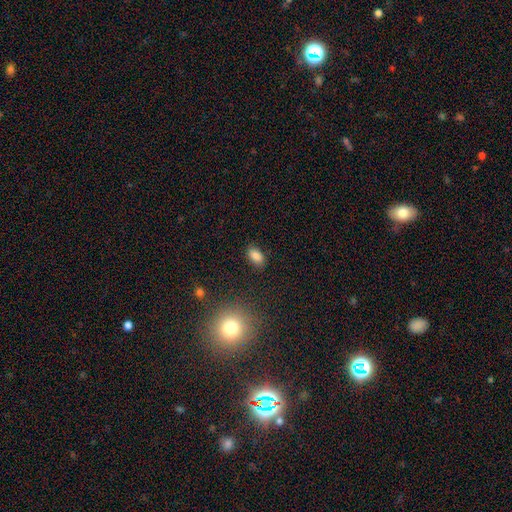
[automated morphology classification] A smooth galaxy with no disk features (85%) that is in between round and cigar-shaped (91%).

Vote fractions:
- Smooth or featured? smooth: 85% / star or artifact: 10% / featured or disk: 5%
- How rounded? in between: 91% / round: 7% / cigar-shaped: 3%
- Merging? none: 85% / minor disturbance: 10% / major disturbance: 3% / merger: 2%